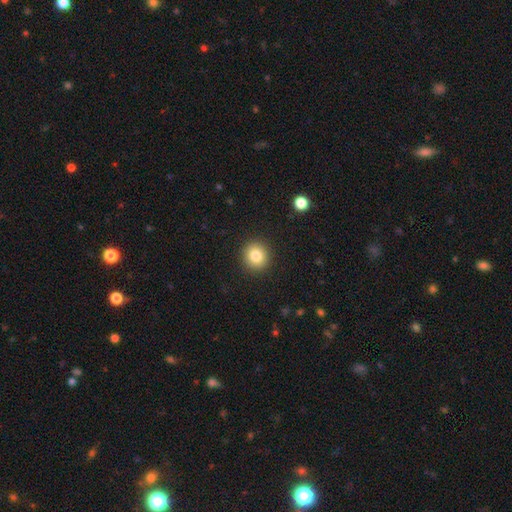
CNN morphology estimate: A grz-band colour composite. It shows a smooth galaxy with no disk features (83%) that is round (89%). Merging: none (91%).